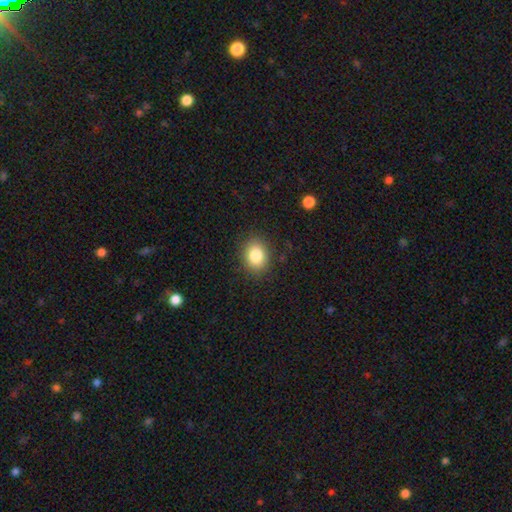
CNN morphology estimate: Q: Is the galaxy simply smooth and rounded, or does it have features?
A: smooth — 83%.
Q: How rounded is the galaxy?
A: in between — 53%.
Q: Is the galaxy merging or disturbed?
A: none — 87%.